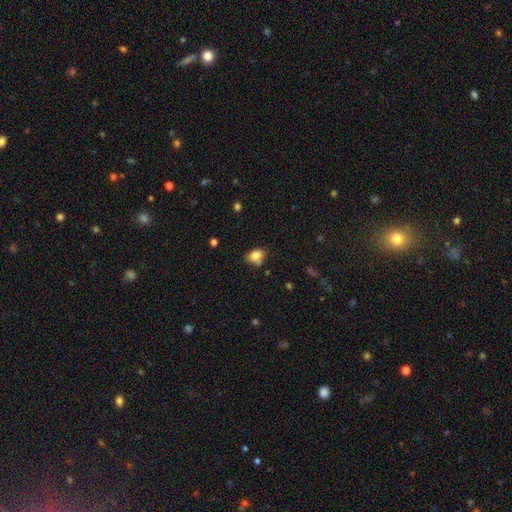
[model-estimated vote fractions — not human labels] The model was most divided on "how rounded": in between: 64%, round: 34%, cigar-shaped: 1%. More confident: smooth or featured — smooth (81%); merging — none (58%).